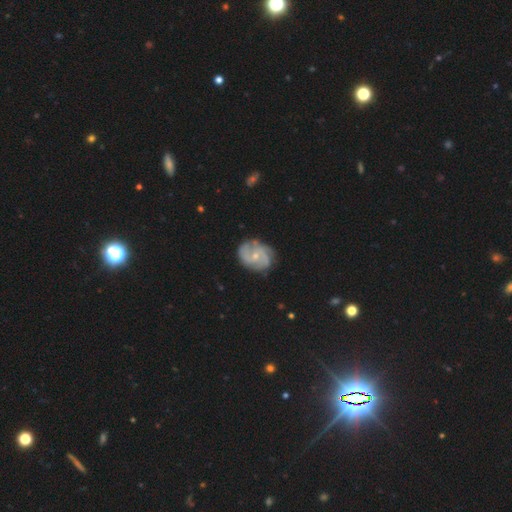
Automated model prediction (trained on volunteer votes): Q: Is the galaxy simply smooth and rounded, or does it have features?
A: featured or disk — 83%.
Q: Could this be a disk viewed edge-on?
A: no — 98%.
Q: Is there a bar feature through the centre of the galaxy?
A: no — 58%.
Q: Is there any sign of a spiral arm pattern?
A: yes — 95%.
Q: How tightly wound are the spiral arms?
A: medium — 48%.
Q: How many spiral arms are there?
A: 2 — 47%.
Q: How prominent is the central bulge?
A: small — 66%.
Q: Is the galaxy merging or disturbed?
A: none — 73%.